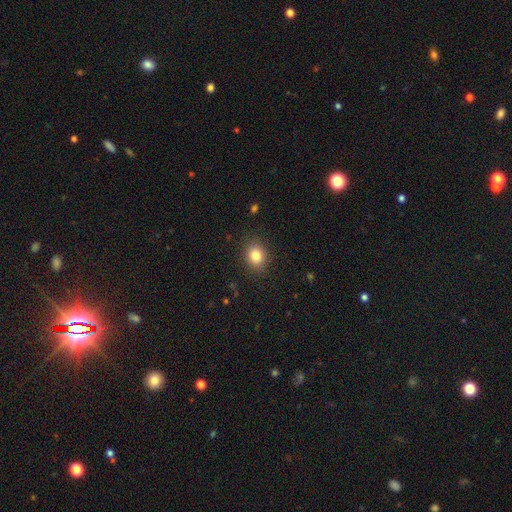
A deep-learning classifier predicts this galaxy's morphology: The model was most divided on "how rounded": round: 57%, in between: 42%, cigar-shaped: 1%. More confident: merging — none (87%); smooth or featured — smooth (83%).